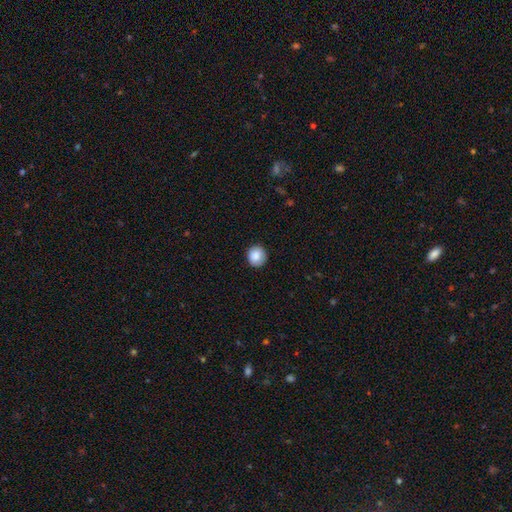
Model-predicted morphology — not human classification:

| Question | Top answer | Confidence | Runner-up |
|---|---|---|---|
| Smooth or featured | smooth | 87% | star or artifact (8%) |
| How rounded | round | 90% | in between (9%) |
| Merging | none | 89% | minor disturbance (8%) |